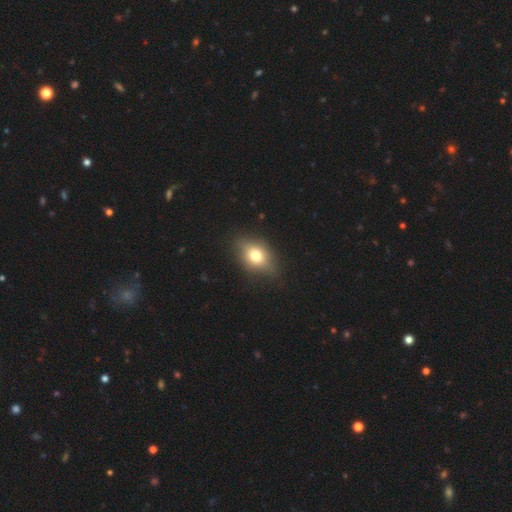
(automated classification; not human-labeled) smooth_or_featured: smooth (p=0.68) [alt: featured or disk p=0.22]
how_rounded: in between (p=0.70) [alt: round p=0.26]
merging: none (p=0.79) [alt: minor disturbance p=0.16]